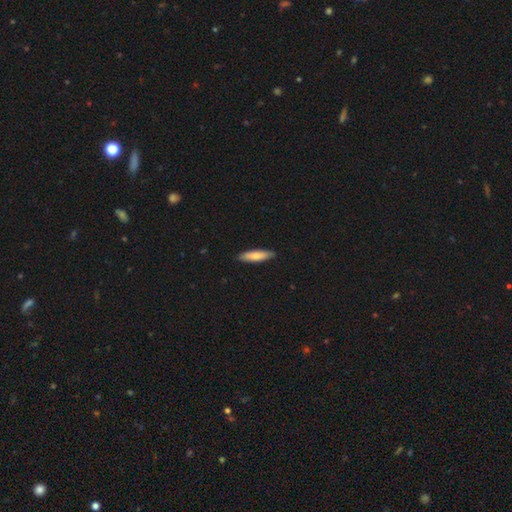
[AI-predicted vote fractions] Morphology: type=smooth (74%); roundness=cigar-shaped (71%); merging=none (89%).